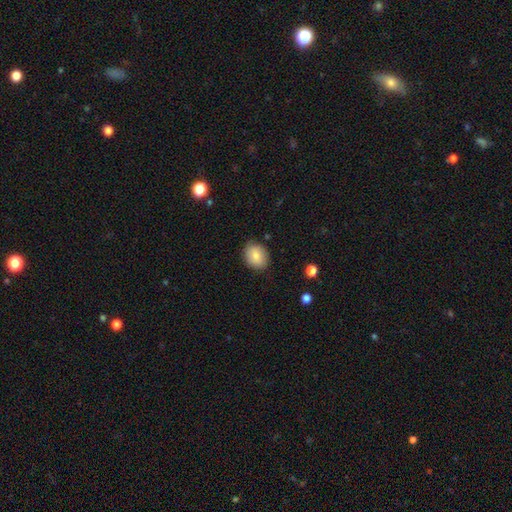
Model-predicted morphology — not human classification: A smooth galaxy with no disk features (80%) that is in between round and cigar-shaped (52%).

Vote fractions:
- Smooth or featured? smooth: 80% / featured or disk: 12% / star or artifact: 8%
- How rounded? in between: 52% / round: 47% / cigar-shaped: 1%
- Merging? none: 85% / minor disturbance: 12% / major disturbance: 3% / merger: 1%